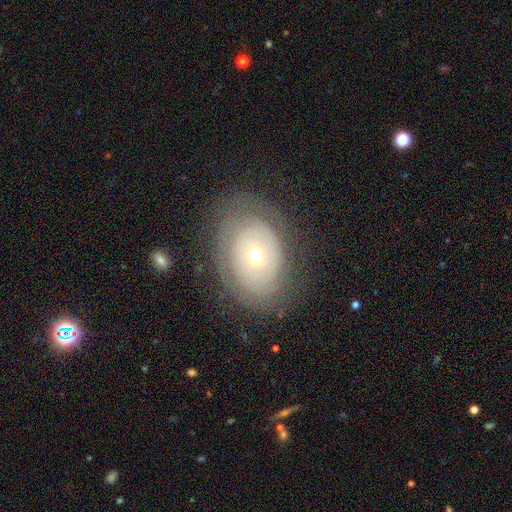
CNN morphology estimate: Smooth or featured: featured or disk — 58% (smooth — 33%)
Edge-on disk: no — 94% (yes — 6%)
Bar: no — 88% (weak — 9%)
Spiral arms: yes — 52% (no — 48%)
Bulge size: moderate — 49% (small — 47%)
Merging: none — 74% (minor disturbance — 16%)